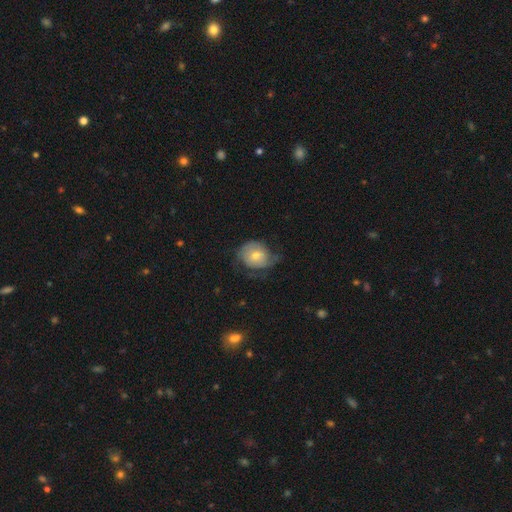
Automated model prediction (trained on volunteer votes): Smooth or featured: featured or disk — 49% (smooth — 44%)
Merging: none — 46% (minor disturbance — 30%)